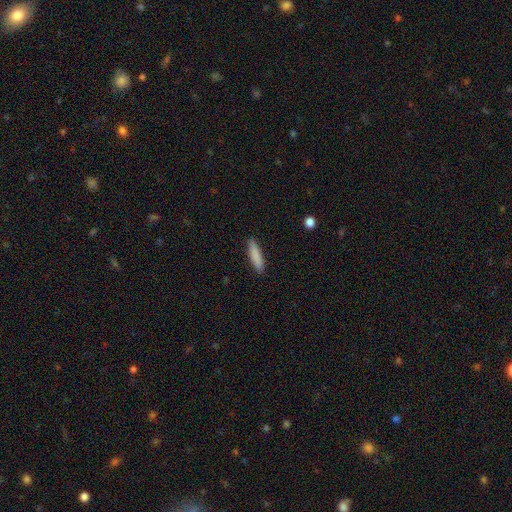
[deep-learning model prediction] Q: Smooth or featured?
A: smooth (85%); runner-up: featured or disk (9%)
Q: How rounded?
A: cigar-shaped (79%); runner-up: in between (19%)
Q: Merging?
A: none (89%); runner-up: minor disturbance (8%)